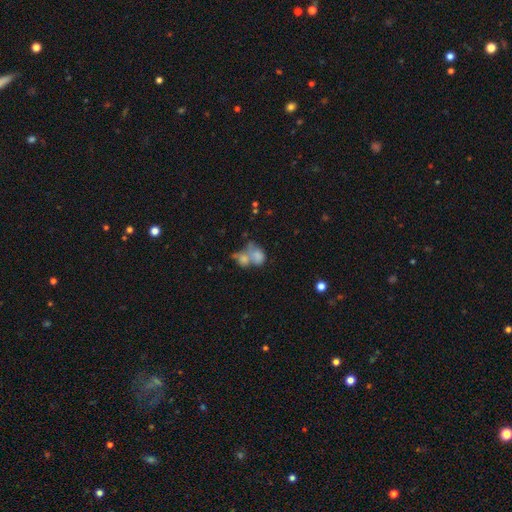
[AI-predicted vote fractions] A smooth galaxy with no disk features (70%) that is in between round and cigar-shaped (64%).

Vote fractions:
- Smooth or featured? smooth: 70% / featured or disk: 19% / star or artifact: 11%
- How rounded? in between: 64% / round: 34% / cigar-shaped: 2%
- Merging? merger: 63% / none: 18% / major disturbance: 10% / minor disturbance: 10%